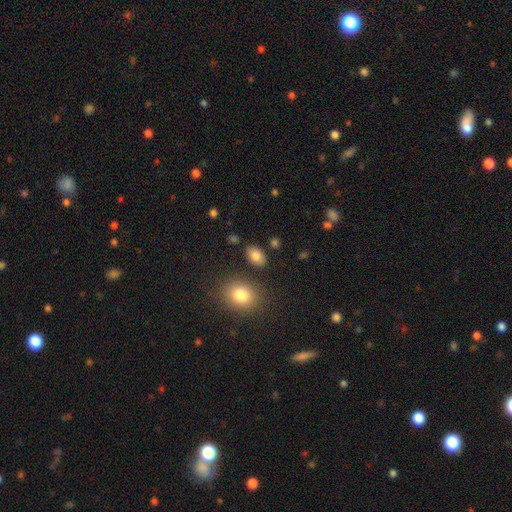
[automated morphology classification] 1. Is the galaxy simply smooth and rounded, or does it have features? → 83% smooth, 9% star or artifact, 8% featured or disk.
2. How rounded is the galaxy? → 85% in between, 13% round, 1% cigar-shaped.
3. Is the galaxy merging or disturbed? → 84% none, 9% minor disturbance, 4% merger, 3% major disturbance.